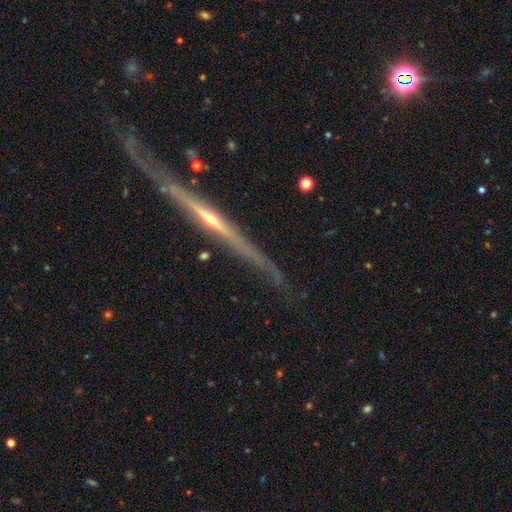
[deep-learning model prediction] Smooth or featured?
  - featured or disk: 85% *
  - smooth: 8%
  - star or artifact: 7%
Edge-on disk?
  - yes: 95% *
  - no: 5%
Edge-on bulge?
  - rounded: 68% *
  - none: 27%
  - boxy: 5%
Merging?
  - none: 73% *
  - minor disturbance: 18%
  - major disturbance: 6%
  - merger: 3%